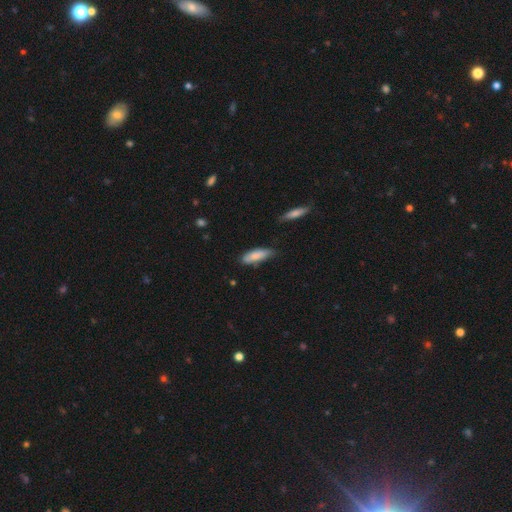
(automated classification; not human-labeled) Morphology: type=smooth (82%); roundness=in between (59%); merging=none (62%).